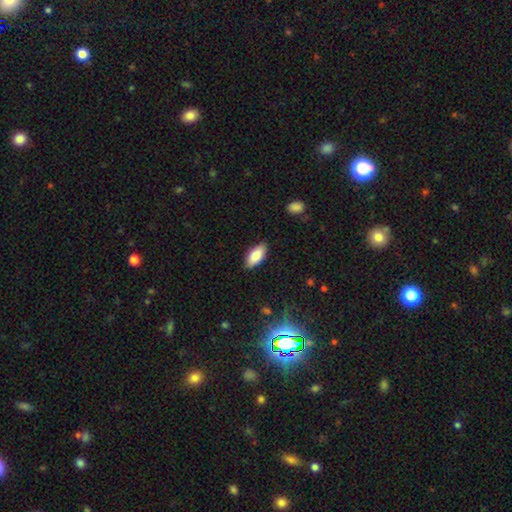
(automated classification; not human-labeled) smooth 82%, featured or disk 11%, star or artifact 7%. Down the decision tree: how rounded — in between (88%); merging — none (87%).